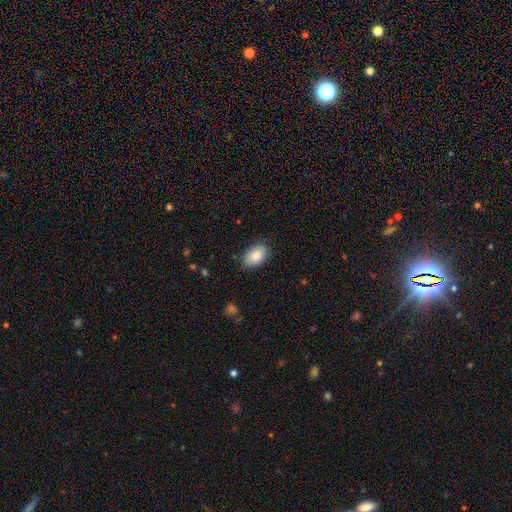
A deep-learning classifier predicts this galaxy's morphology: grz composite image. It shows a smooth galaxy with no disk features (87%) that is in between round and cigar-shaped (92%). Merging: none (82%).